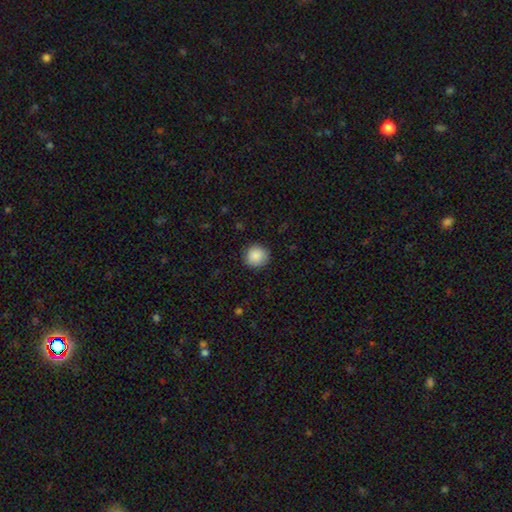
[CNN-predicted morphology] The model was most divided on "merging": none: 89%, minor disturbance: 8%, major disturbance: 2%, merger: 1%. More confident: how rounded — round (93%); smooth or featured — smooth (89%).